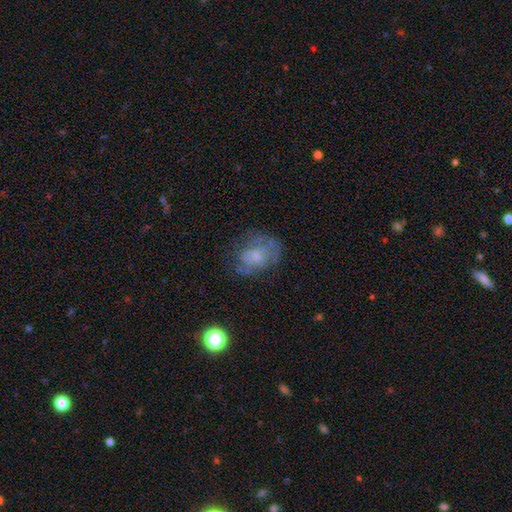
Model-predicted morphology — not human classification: Smooth or featured: featured or disk — 48% (smooth — 41%)
Merging: none — 54% (minor disturbance — 24%)